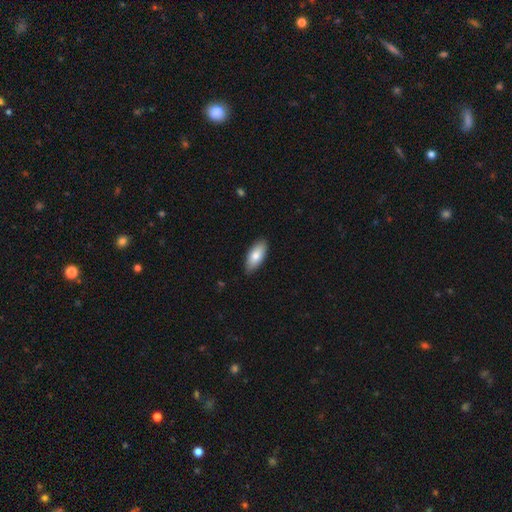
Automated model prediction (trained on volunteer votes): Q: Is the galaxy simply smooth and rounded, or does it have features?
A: smooth — 79%.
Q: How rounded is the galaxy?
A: in between — 86%.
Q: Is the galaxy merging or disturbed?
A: none — 86%.